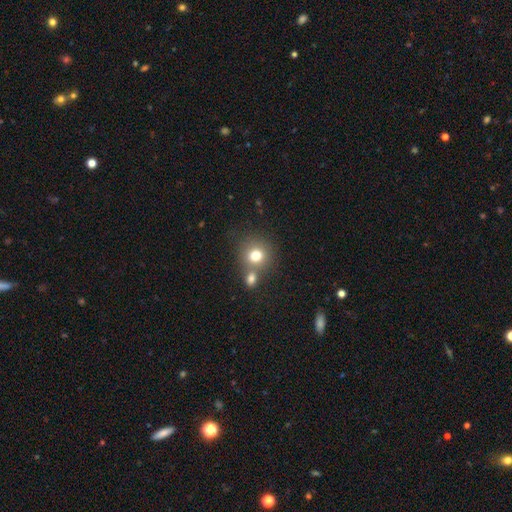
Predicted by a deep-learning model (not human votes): Q: Smooth or featured?
A: smooth (76%); runner-up: star or artifact (12%)
Q: How rounded?
A: round (85%); runner-up: in between (14%)
Q: Merging?
A: none (57%); runner-up: merger (30%)